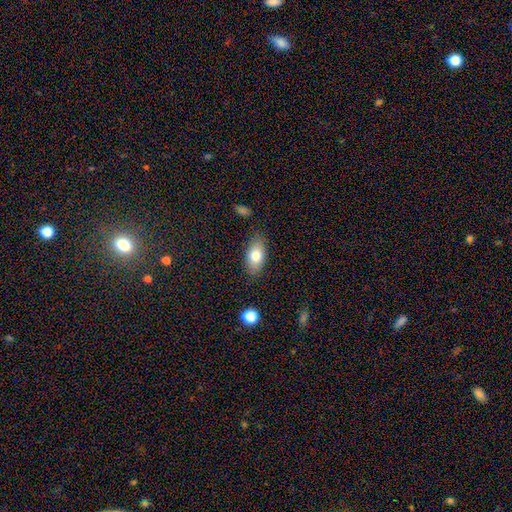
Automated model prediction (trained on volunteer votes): This is likely a smooth galaxy (77%). How rounded: clearly in between (90%). Merging: clearly none (82%).